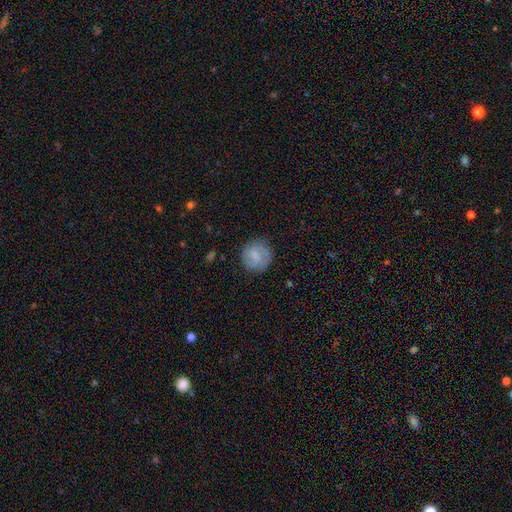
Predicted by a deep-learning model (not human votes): Overall: smooth (55%; featured or disk 38%). How rounded: round (88%). Merging: none (79%).